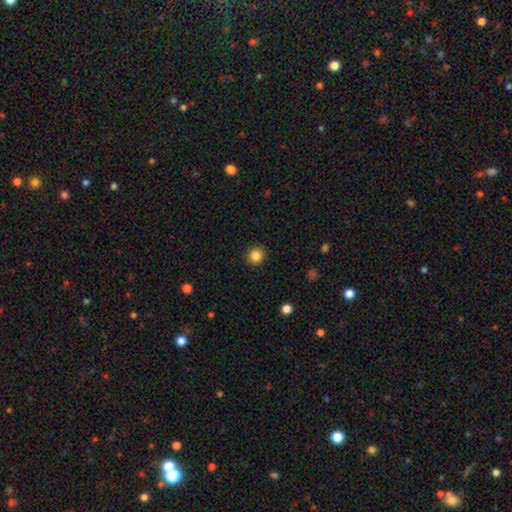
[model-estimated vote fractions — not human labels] smooth 85%, star or artifact 11%, featured or disk 4%. Down the decision tree: how rounded — round (90%); merging — none (91%).